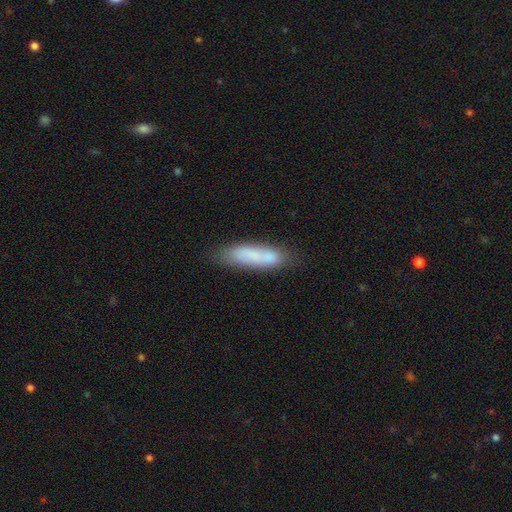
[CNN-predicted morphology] A smooth galaxy with no disk features (70%) that is cigar-shaped (70%).

Vote fractions:
- Smooth or featured? smooth: 70% / featured or disk: 22% / star or artifact: 8%
- How rounded? cigar-shaped: 70% / in between: 28% / round: 2%
- Merging? none: 68% / minor disturbance: 20% / merger: 6% / major disturbance: 6%